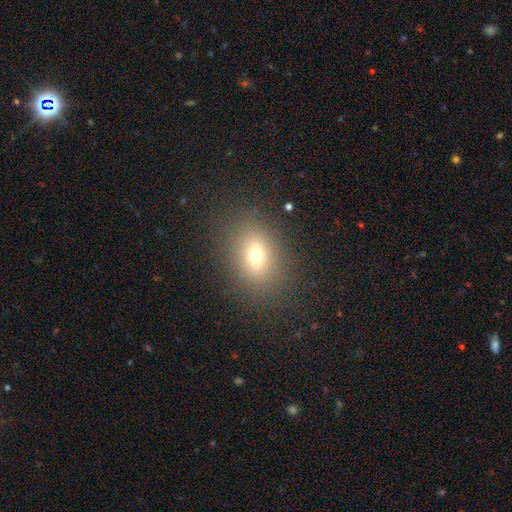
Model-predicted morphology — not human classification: Smooth or featured?
  - smooth: 70% *
  - star or artifact: 16%
  - featured or disk: 15%
How rounded?
  - in between: 70% *
  - round: 27%
  - cigar-shaped: 3%
Merging?
  - none: 86% *
  - minor disturbance: 8%
  - major disturbance: 4%
  - merger: 1%